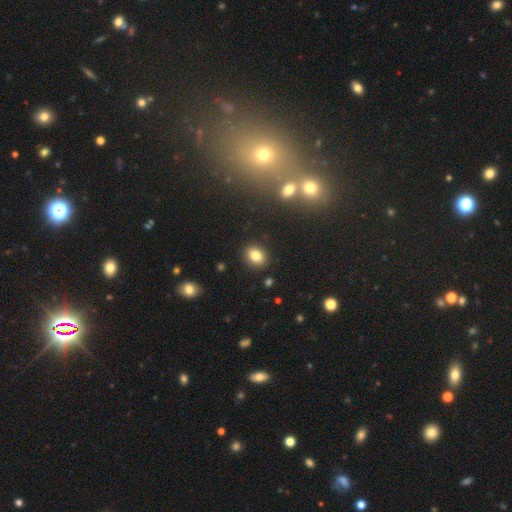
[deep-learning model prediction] smooth_or_featured: smooth (p=0.82) [alt: star or artifact p=0.11]
how_rounded: in between (p=0.61) [alt: round p=0.37]
merging: none (p=0.89) [alt: minor disturbance p=0.07]